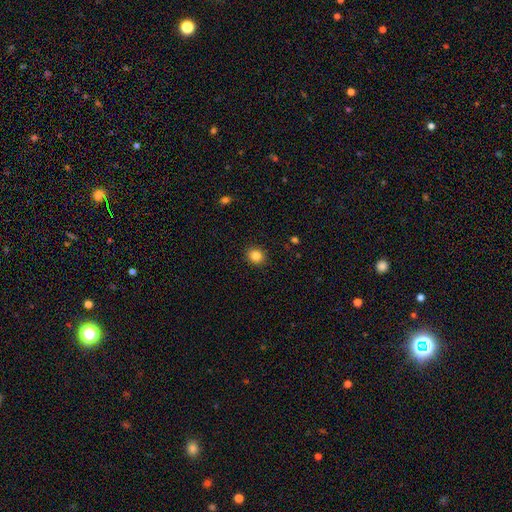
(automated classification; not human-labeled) A smooth galaxy with no disk features (85%) that is round (76%). Merging: none (90%).